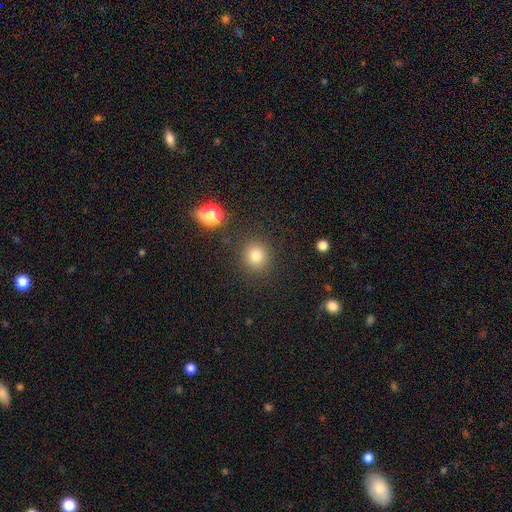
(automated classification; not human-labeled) Smooth or featured? smooth (79%)
How rounded? round (86%)
Merging? none (86%)